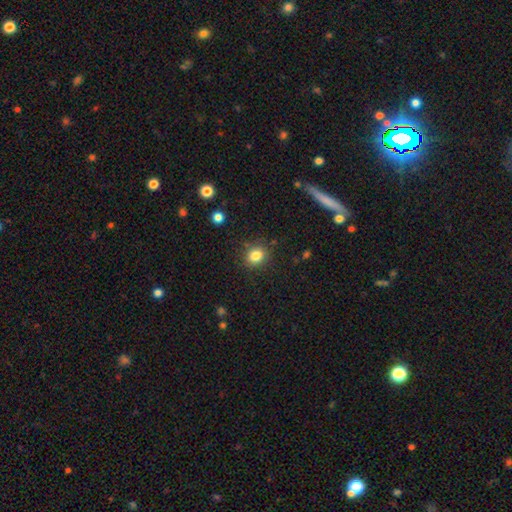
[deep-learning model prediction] This appears to be a smooth galaxy with no disk features (83%) that is round (68%). Merging: none (86%).